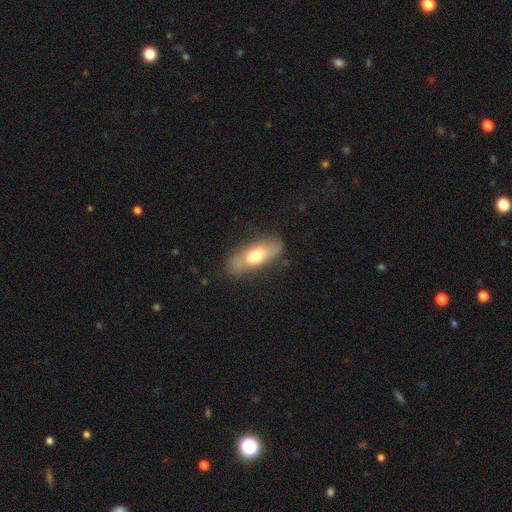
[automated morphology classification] The model was most divided on "smooth or featured": smooth: 62%, featured or disk: 32%, star or artifact: 7%. More confident: how rounded — in between (72%); merging — none (72%).